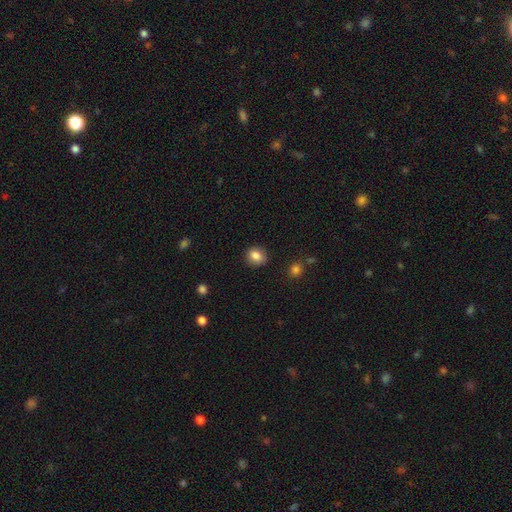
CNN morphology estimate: This is clearly a smooth galaxy (84%). How rounded: likely round (66%). Merging: clearly none (87%).